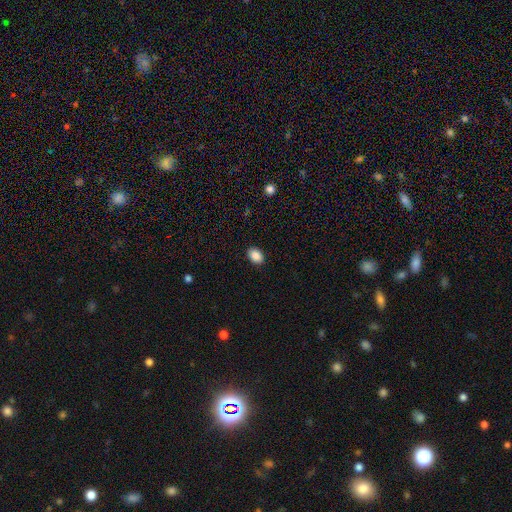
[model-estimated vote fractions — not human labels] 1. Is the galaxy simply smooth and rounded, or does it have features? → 88% smooth, 8% star or artifact, 4% featured or disk.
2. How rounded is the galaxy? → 80% in between, 19% round, 1% cigar-shaped.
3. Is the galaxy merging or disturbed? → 90% none, 7% minor disturbance, 2% major disturbance, 1% merger.